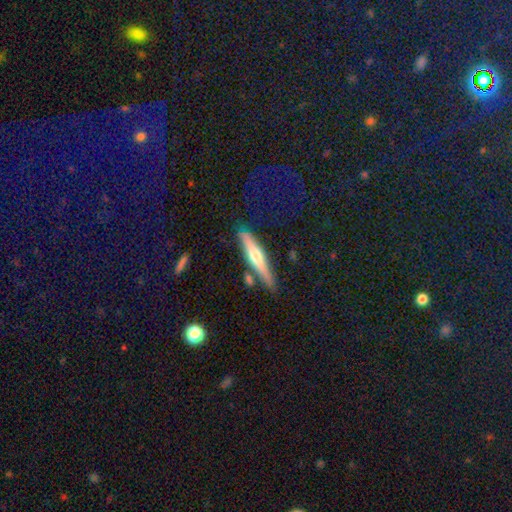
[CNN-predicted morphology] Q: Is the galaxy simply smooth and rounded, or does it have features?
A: featured or disk — 52%.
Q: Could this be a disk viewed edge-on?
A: yes — 94%.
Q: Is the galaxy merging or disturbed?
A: none — 77%.